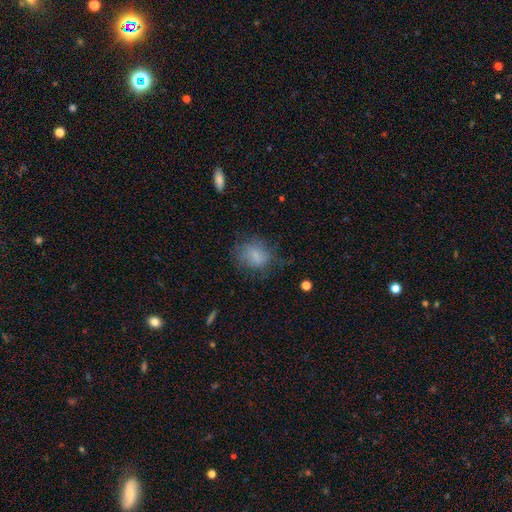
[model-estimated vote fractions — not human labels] Smooth or featured?
  - smooth: 71% *
  - featured or disk: 17%
  - star or artifact: 11%
How rounded?
  - round: 51% *
  - in between: 48%
  - cigar-shaped: 2%
Merging?
  - none: 56% *
  - minor disturbance: 25%
  - major disturbance: 16%
  - merger: 2%